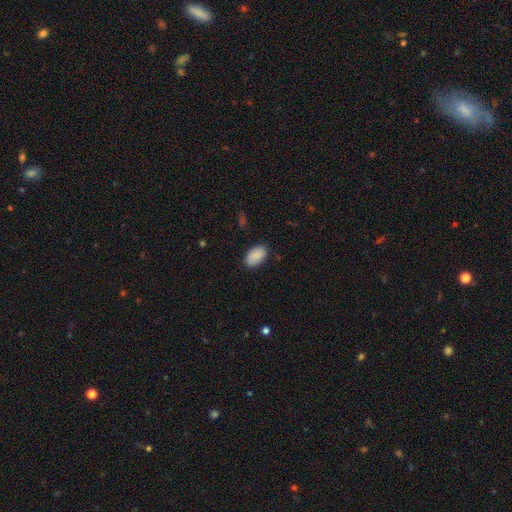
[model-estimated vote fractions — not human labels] Overall: smooth (88%). How rounded: in between (94%). Merging: none (85%).